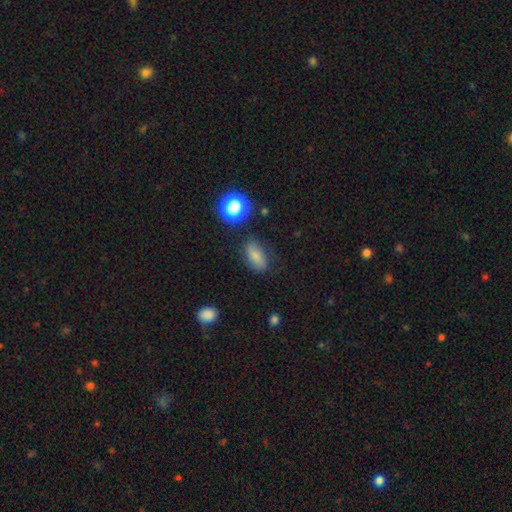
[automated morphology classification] Smooth or featured: smooth — 75% (star or artifact — 13%)
How rounded: in between — 83% (round — 10%)
Merging: none — 76% (minor disturbance — 16%)